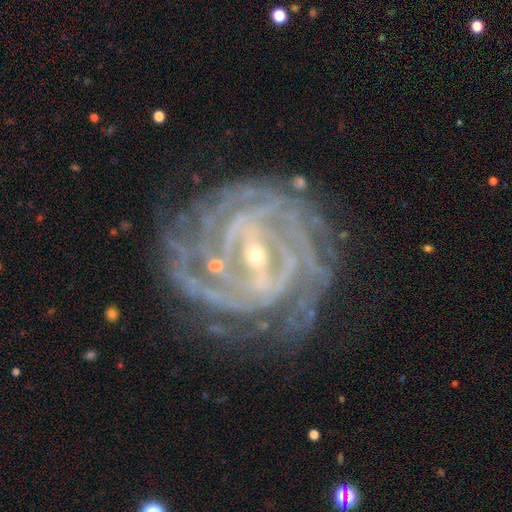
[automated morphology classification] Smooth or featured? featured or disk (90%)
Edge-on disk? no (97%)
Bar? strong (56%)
Spiral arms? yes (97%)
Spiral winding? tight (77%)
Spiral arm count? can't tell (25%)
Bulge size? small (74%)
Merging? none (73%)